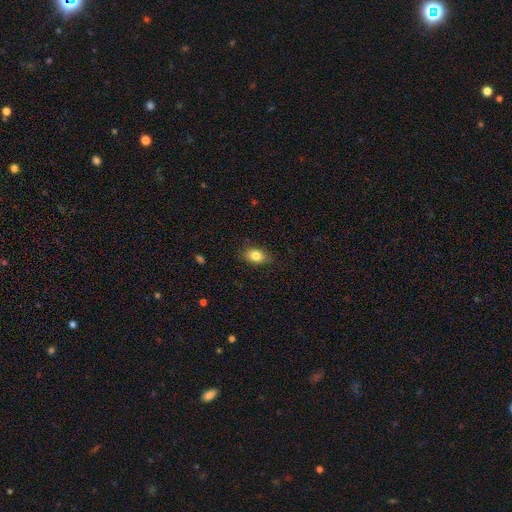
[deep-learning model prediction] This appears to be a smooth galaxy with no disk features (83%) that is in between round and cigar-shaped (83%). Merging: none (84%).